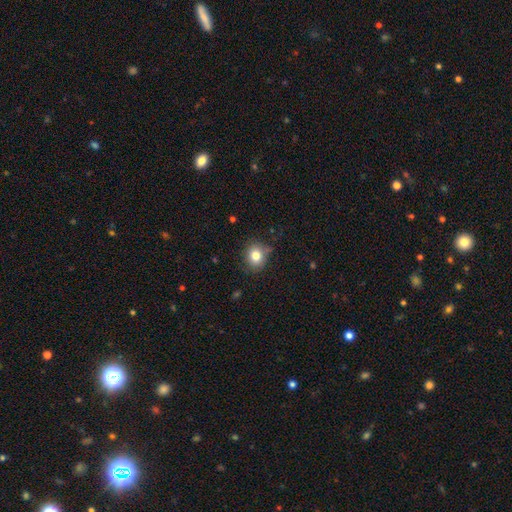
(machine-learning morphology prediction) This is clearly a smooth galaxy (81%). How rounded: likely round (72%). Merging: likely none (76%).